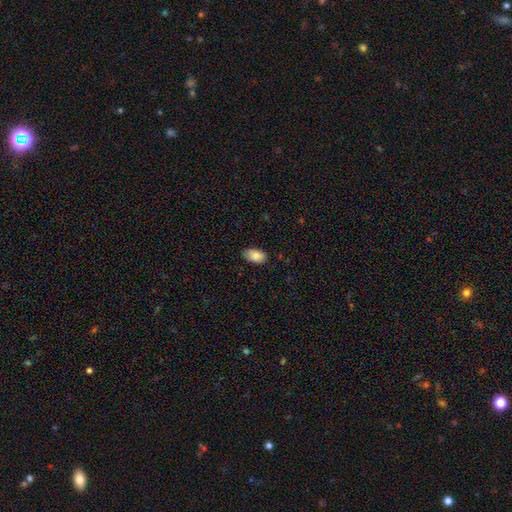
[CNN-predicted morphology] This is clearly a smooth galaxy (87%). How rounded: clearly in between (94%). Merging: clearly none (81%).